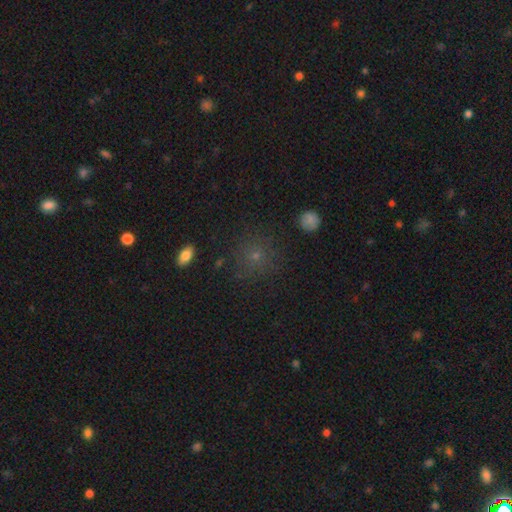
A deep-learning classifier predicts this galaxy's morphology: Smooth or featured? Predicted: smooth (p=0.62). How rounded? Predicted: round (p=0.90). Merging? Predicted: none (p=0.82).